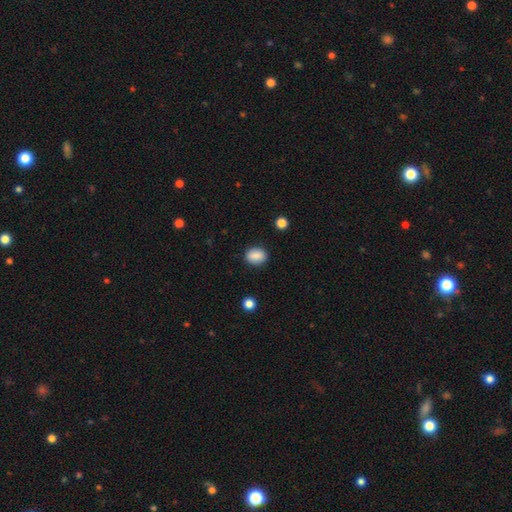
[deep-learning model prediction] smooth-or-featured: smooth: 86% | star or artifact: 8% | featured or disk: 6%
  how-rounded: in between: 54% | round: 45% | cigar-shaped: 1%
  merging: none: 87% | minor disturbance: 10% | major disturbance: 3% | merger: 1%